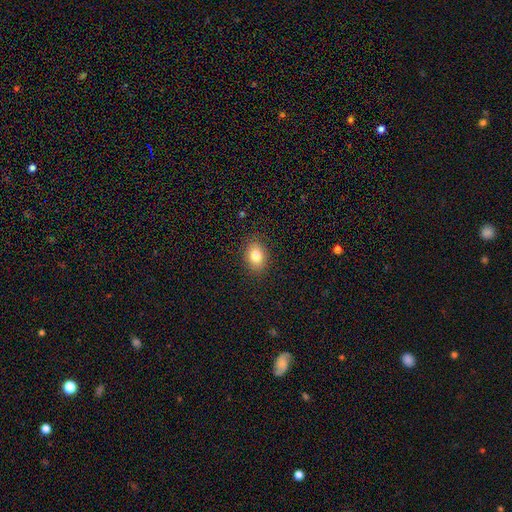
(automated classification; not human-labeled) This is clearly a smooth galaxy (80%). How rounded: likely in between (73%). Merging: clearly none (87%).